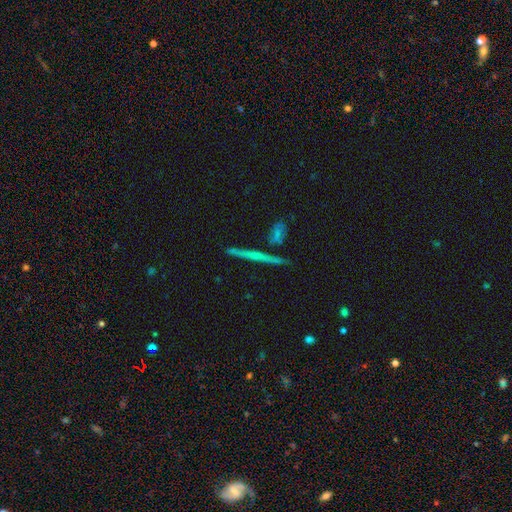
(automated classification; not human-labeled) Smooth or featured? Predicted: featured or disk (p=0.58). Edge-on disk? Predicted: yes (p=0.95). Edge-on bulge? Predicted: none (p=0.68). Merging? Predicted: none (p=0.82).